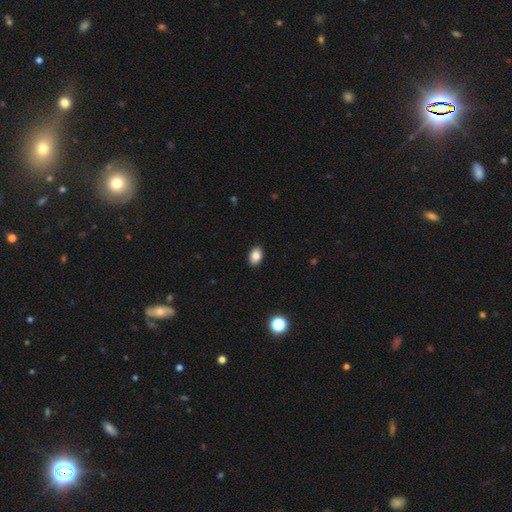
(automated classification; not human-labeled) Morphology: type=smooth (84%); roundness=in between (82%); merging=none (90%).